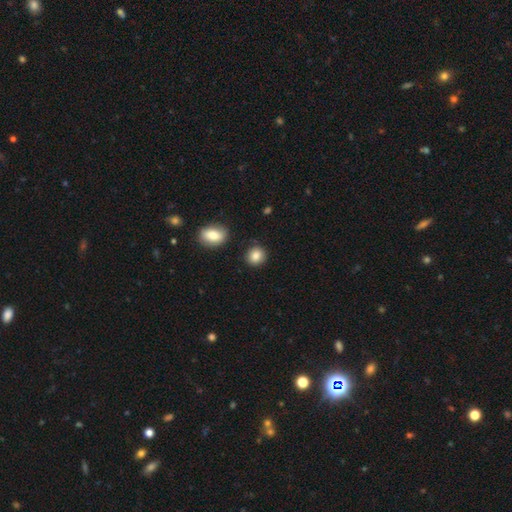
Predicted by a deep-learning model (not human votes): Q: Smooth or featured?
A: smooth (85%); runner-up: star or artifact (9%)
Q: How rounded?
A: round (83%); runner-up: in between (16%)
Q: Merging?
A: none (84%); runner-up: minor disturbance (11%)